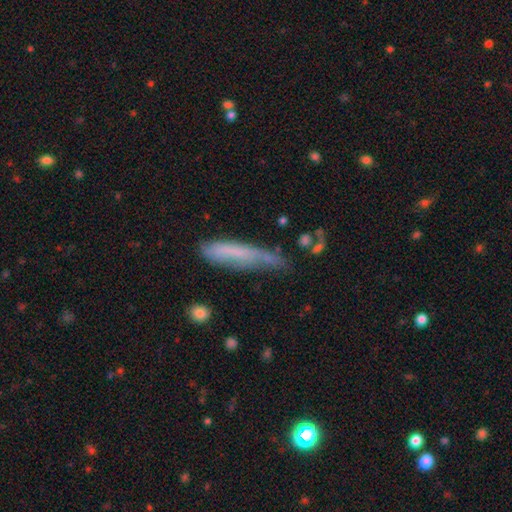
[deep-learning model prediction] The model was most divided on "merging": none: 41%, minor disturbance: 34%, major disturbance: 18%, merger: 7%. More confident: how rounded — cigar-shaped (84%); smooth or featured — smooth (65%).